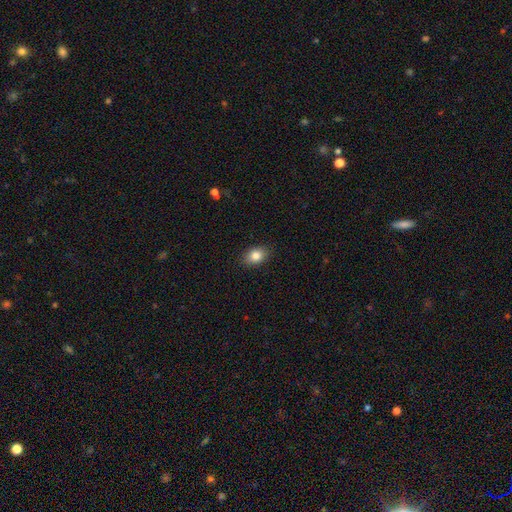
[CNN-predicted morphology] Smooth or featured? Predicted: smooth (p=0.84). How rounded? Predicted: in between (p=0.81). Merging? Predicted: none (p=0.89).